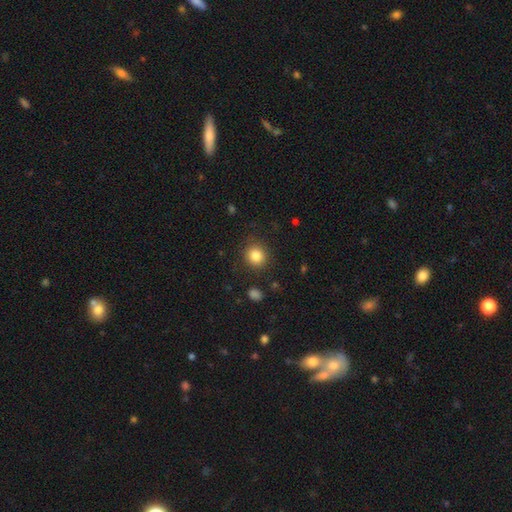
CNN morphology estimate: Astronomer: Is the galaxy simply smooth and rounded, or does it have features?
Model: smooth — 84%.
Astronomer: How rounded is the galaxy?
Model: round — 87%.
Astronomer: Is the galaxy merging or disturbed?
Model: none — 88%.